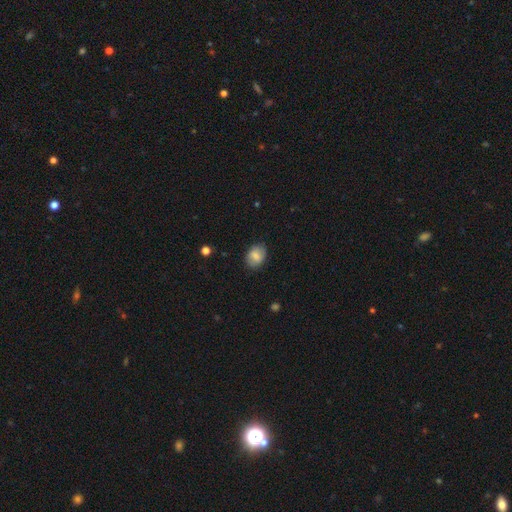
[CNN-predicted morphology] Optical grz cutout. It shows a smooth galaxy with no disk features (78%) that is in between round and cigar-shaped (72%). Merging: none (82%).